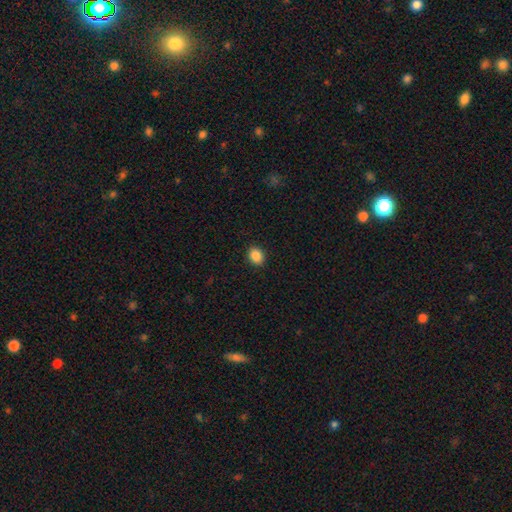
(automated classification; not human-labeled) Overall: smooth (88%). How rounded: in between (53%; round 46%). Merging: none (91%).